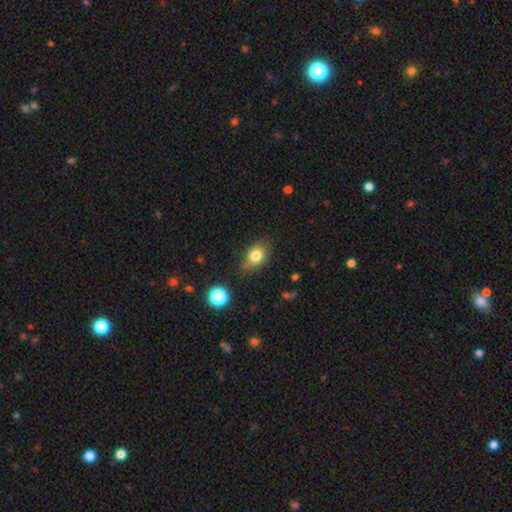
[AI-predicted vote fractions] Overall: smooth (81%). How rounded: in between (66%; round 33%). Merging: none (69%).